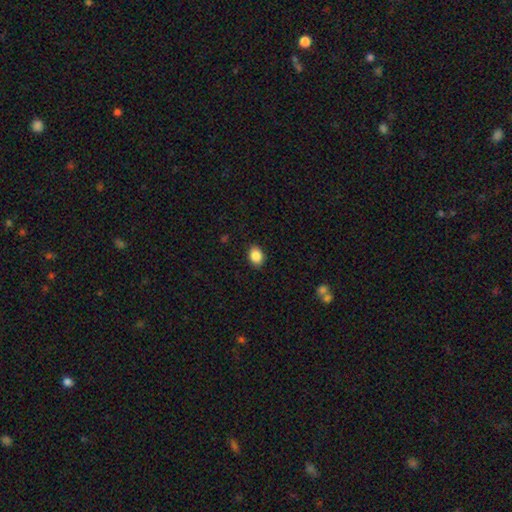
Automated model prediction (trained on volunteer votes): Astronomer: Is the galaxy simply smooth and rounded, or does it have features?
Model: smooth — 87%.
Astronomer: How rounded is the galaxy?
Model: in between — 70%.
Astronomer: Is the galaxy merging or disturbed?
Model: none — 89%.